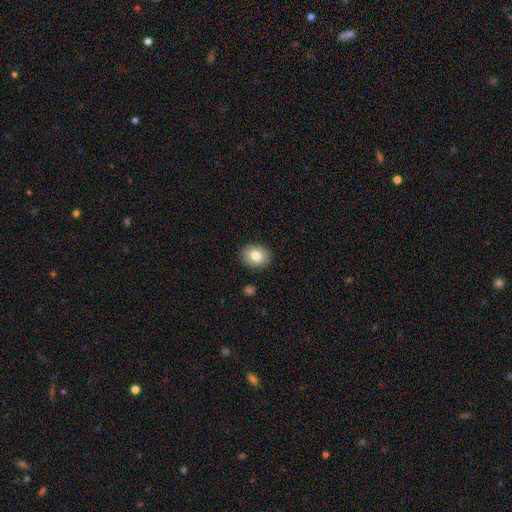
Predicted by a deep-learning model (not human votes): smooth_or_featured: smooth (p=0.80) [alt: featured or disk p=0.11]
how_rounded: round (p=0.56) [alt: in between p=0.43]
merging: none (p=0.89) [alt: minor disturbance p=0.08]